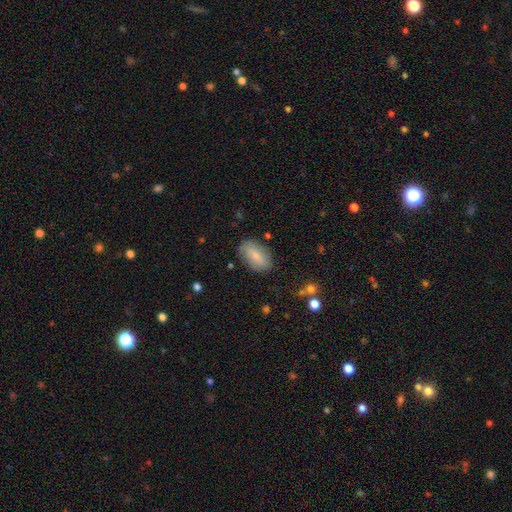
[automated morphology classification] smooth-or-featured: smooth: 72% | featured or disk: 21% | star or artifact: 7%
  how-rounded: in between: 91% | round: 6% | cigar-shaped: 3%
  merging: none: 79% | minor disturbance: 16% | major disturbance: 4% | merger: 2%